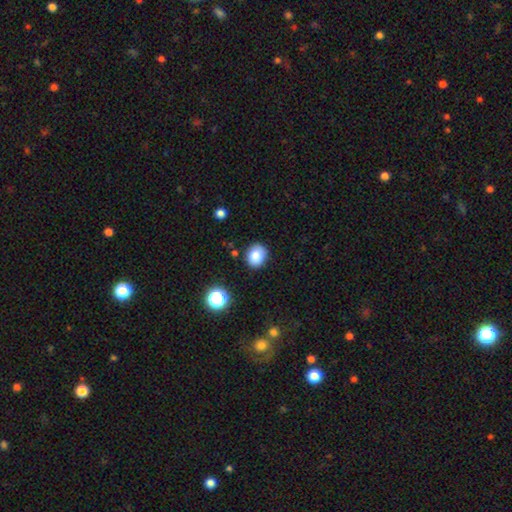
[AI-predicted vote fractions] Smooth or featured? Predicted: smooth (p=0.85). How rounded? Predicted: round (p=0.62). Merging? Predicted: none (p=0.85).